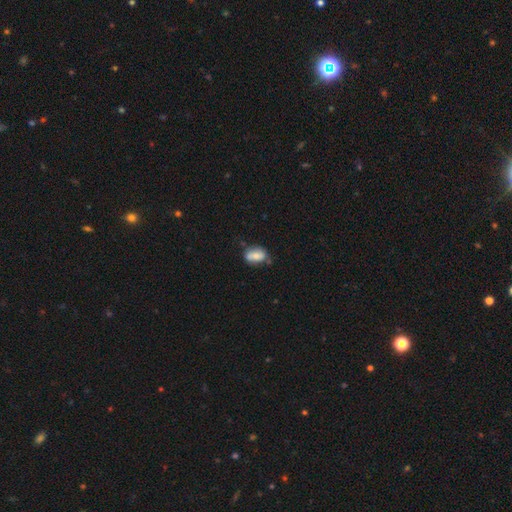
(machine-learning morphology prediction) This appears to be a smooth galaxy with no disk features (66%) that is in between round and cigar-shaped (82%). Merging: none (59%).